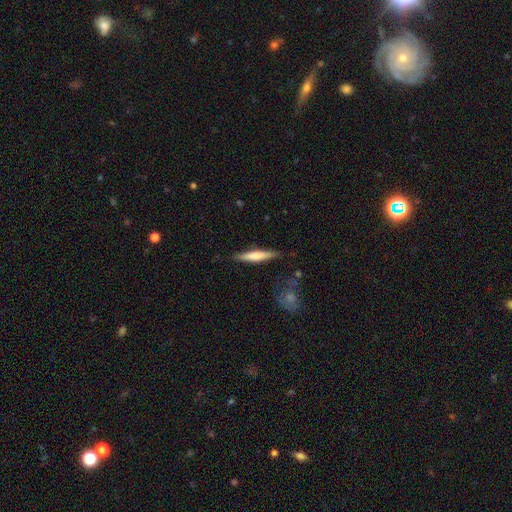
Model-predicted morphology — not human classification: The model was most divided on "smooth or featured": smooth: 65%, featured or disk: 29%, star or artifact: 5%. More confident: how rounded — cigar-shaped (90%); merging — none (84%).